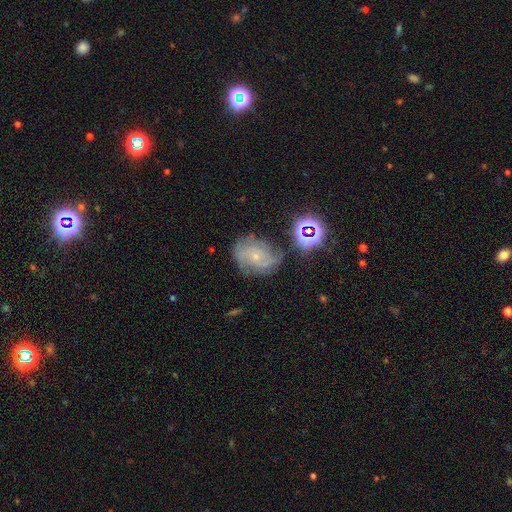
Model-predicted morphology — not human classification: Q: Smooth or featured?
A: featured or disk (69%); runner-up: smooth (17%)
Q: Edge-on disk?
A: no (97%); runner-up: yes (3%)
Q: Bar?
A: no (72%); runner-up: weak (24%)
Q: Spiral arms?
A: yes (92%); runner-up: no (8%)
Q: Spiral winding?
A: medium (43%); runner-up: tight (40%)
Q: Spiral arm count?
A: 2 (30%); runner-up: can't tell (27%)
Q: Bulge size?
A: small (79%); runner-up: moderate (15%)
Q: Merging?
A: none (63%); runner-up: minor disturbance (23%)